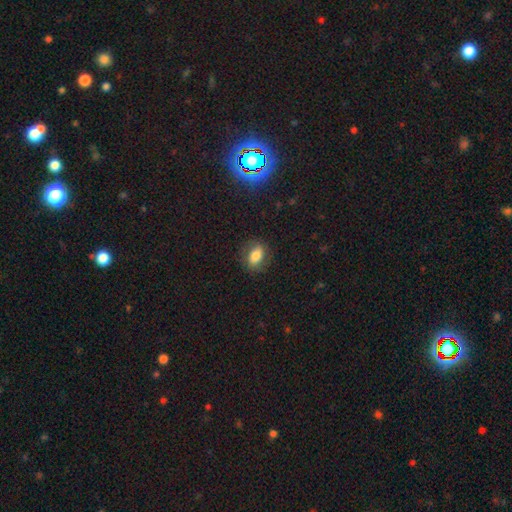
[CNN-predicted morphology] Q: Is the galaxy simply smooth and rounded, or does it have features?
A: smooth — 71%.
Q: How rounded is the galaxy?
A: in between — 74%.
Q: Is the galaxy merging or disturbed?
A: none — 80%.